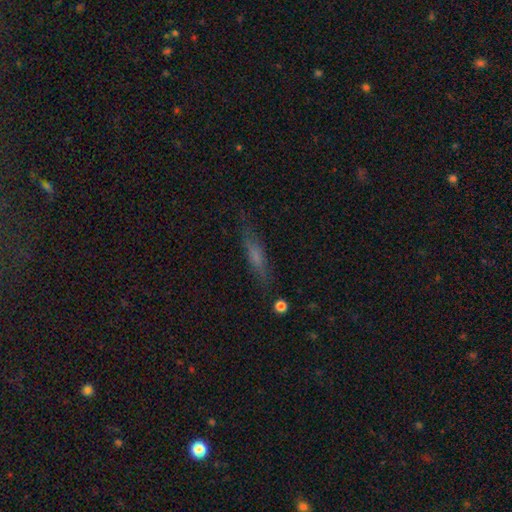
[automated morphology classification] smooth-or-featured: smooth: 52% | featured or disk: 35% | star or artifact: 12%
  how-rounded: cigar-shaped: 80% | in between: 17% | round: 3%
  merging: none: 77% | minor disturbance: 16% | major disturbance: 5% | merger: 2%